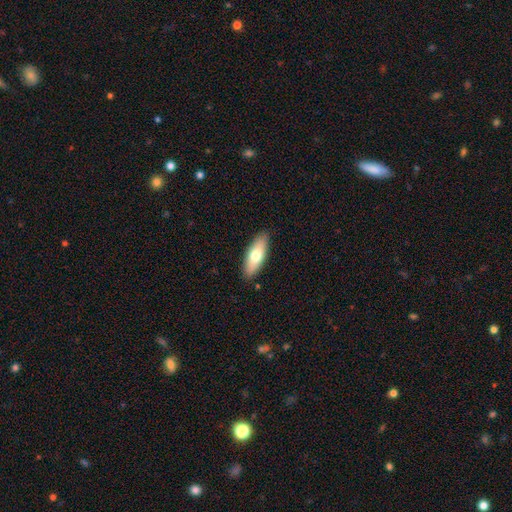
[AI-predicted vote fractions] The model was most divided on "how rounded": in between: 70%, cigar-shaped: 28%, round: 2%. More confident: merging — none (88%); smooth or featured — smooth (70%).